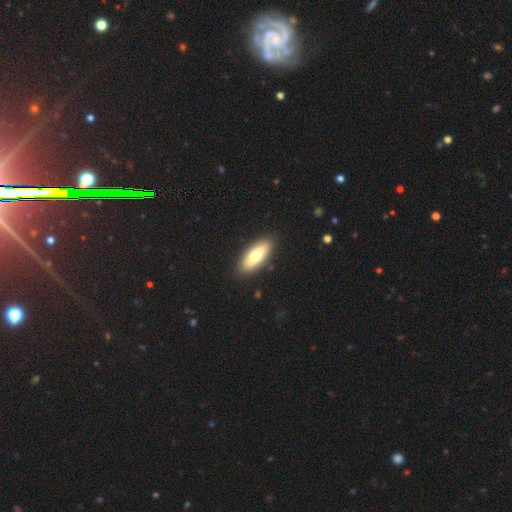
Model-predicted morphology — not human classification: smooth 70%, featured or disk 24%, star or artifact 6%. Down the decision tree: how rounded — in between (69%); merging — none (89%).